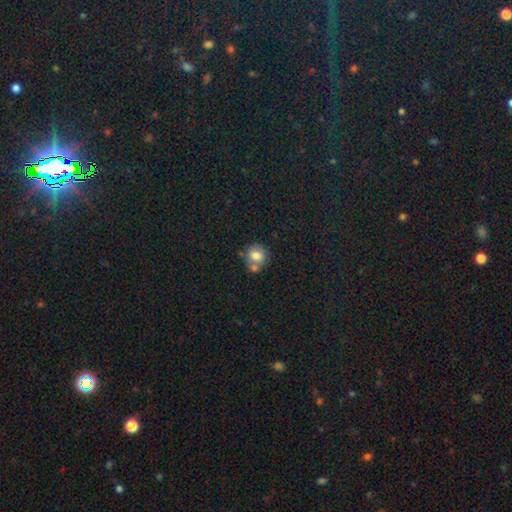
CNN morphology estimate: Q: Smooth or featured?
A: smooth (77%); runner-up: featured or disk (13%)
Q: How rounded?
A: round (81%); runner-up: in between (18%)
Q: Merging?
A: none (50%); runner-up: merger (32%)